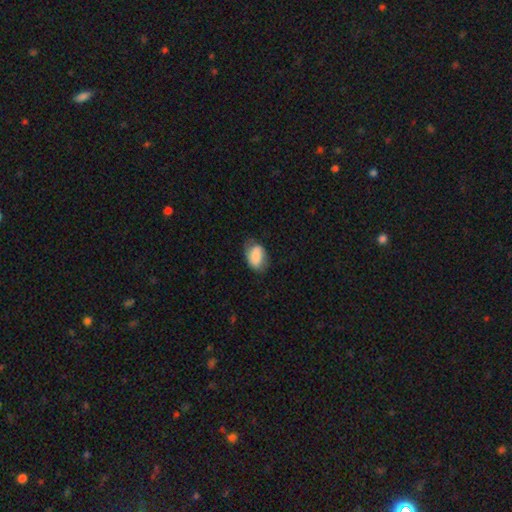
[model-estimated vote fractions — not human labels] A smooth galaxy with no disk features (77%) that is in between round and cigar-shaped (86%). Merging: none (60%).